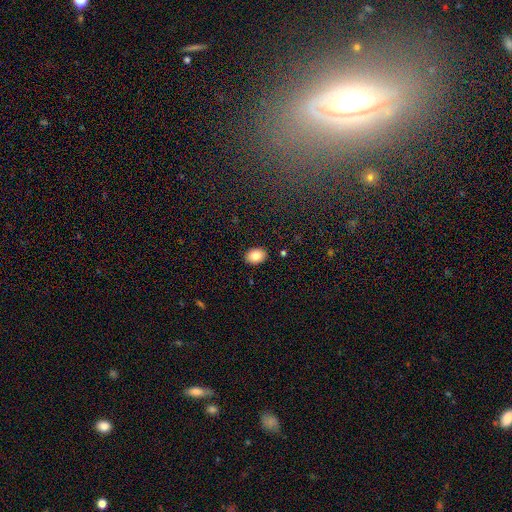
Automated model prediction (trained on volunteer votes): This appears to be a smooth galaxy with no disk features (83%) that is in between round and cigar-shaped (74%). Merging: none (89%).